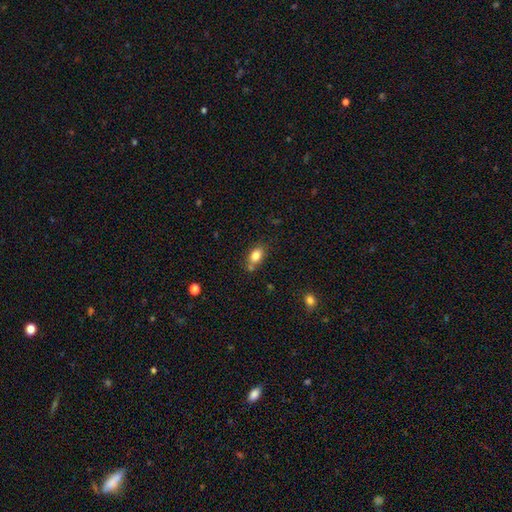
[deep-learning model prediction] Q: Smooth or featured?
A: smooth (82%); runner-up: star or artifact (9%)
Q: How rounded?
A: in between (80%); runner-up: round (18%)
Q: Merging?
A: none (65%); runner-up: minor disturbance (16%)